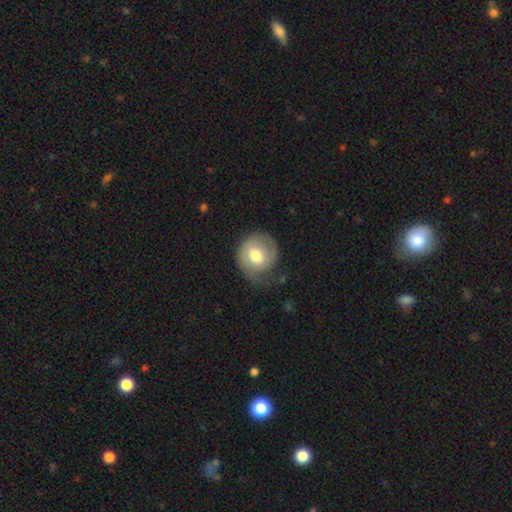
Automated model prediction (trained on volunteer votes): smooth-or-featured: smooth: 60% | featured or disk: 33% | star or artifact: 6%
  how-rounded: round: 82% | in between: 17% | cigar-shaped: 1%
  merging: none: 51% | minor disturbance: 29% | major disturbance: 18% | merger: 2%